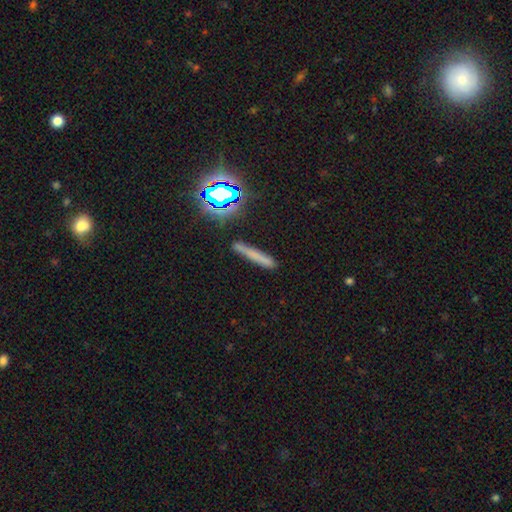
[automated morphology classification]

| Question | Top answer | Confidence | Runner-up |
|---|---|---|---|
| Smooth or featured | smooth | 60% | star or artifact (20%) |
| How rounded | cigar-shaped | 93% | in between (4%) |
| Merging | none | 84% | minor disturbance (10%) |